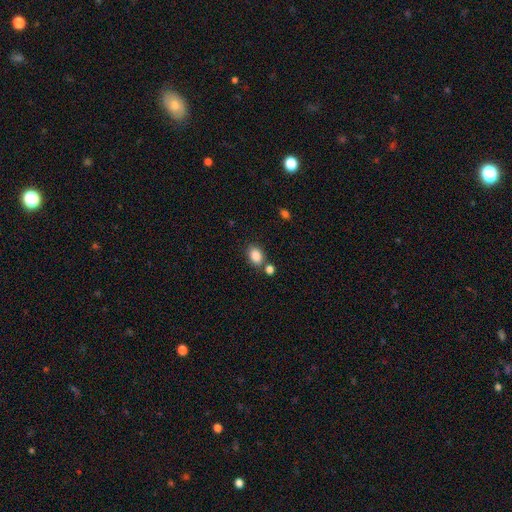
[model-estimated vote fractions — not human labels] smooth 86%, star or artifact 9%, featured or disk 5%. Down the decision tree: how rounded — in between (77%); merging — none (68%).